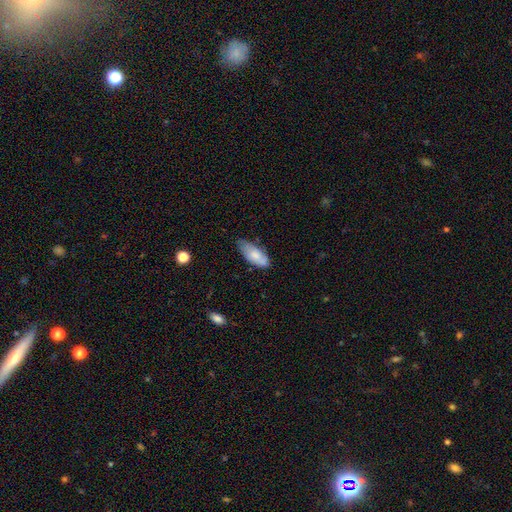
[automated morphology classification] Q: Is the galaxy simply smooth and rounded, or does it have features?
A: smooth — 73%.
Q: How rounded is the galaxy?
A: in between — 86%.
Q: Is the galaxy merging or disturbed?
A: none — 58%.